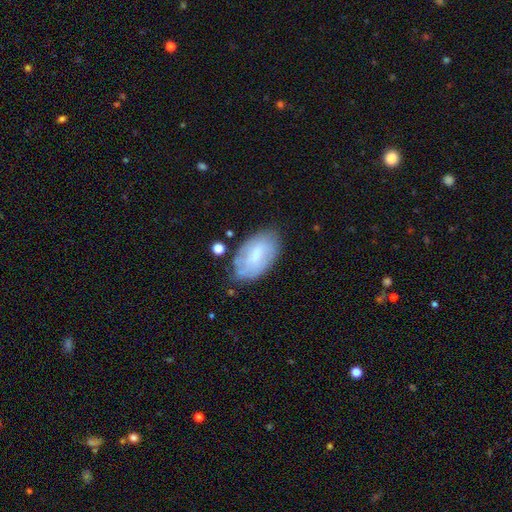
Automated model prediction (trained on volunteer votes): smooth_or_featured: smooth (p=0.57) [alt: featured or disk p=0.36]
how_rounded: in between (p=0.94) [alt: round p=0.04]
merging: none (p=0.65) [alt: minor disturbance p=0.24]